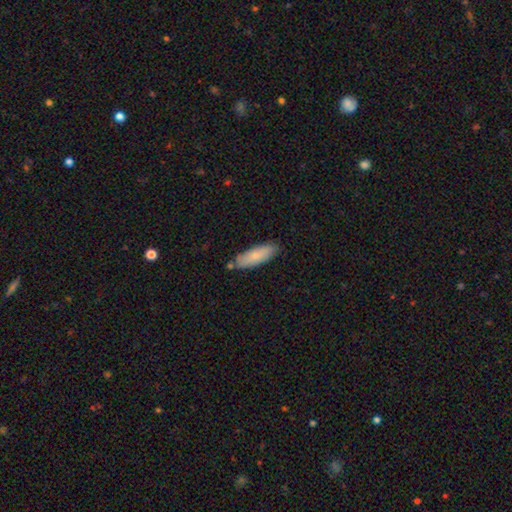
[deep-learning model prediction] Smooth or featured? Predicted: smooth (p=0.77). How rounded? Predicted: in between (p=0.62). Merging? Predicted: none (p=0.79).